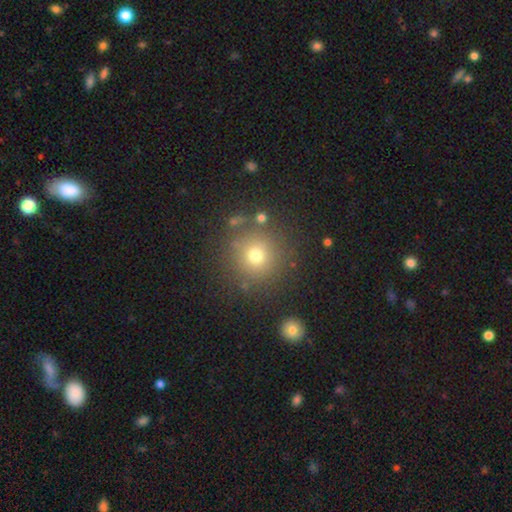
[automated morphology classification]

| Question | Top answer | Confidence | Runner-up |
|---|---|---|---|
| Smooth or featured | smooth | 72% | star or artifact (18%) |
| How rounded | round | 94% | in between (5%) |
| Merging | none | 84% | minor disturbance (9%) |